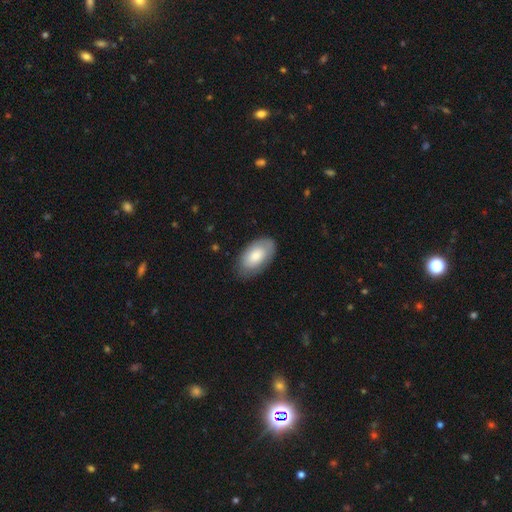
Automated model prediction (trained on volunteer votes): Smooth or featured? Predicted: smooth (p=0.72). How rounded? Predicted: in between (p=0.95). Merging? Predicted: none (p=0.78).